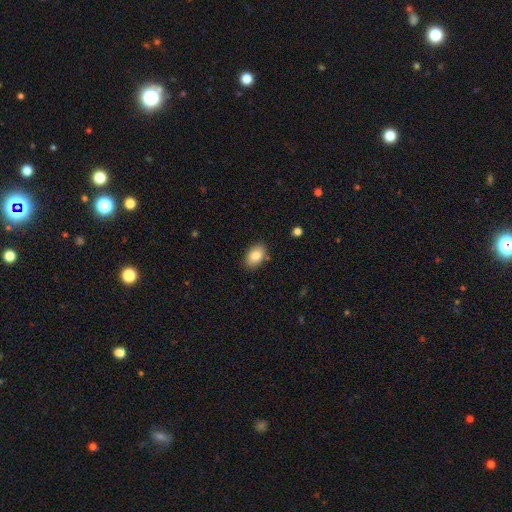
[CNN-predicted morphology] A smooth galaxy with no disk features (83%) that is in between round and cigar-shaped (87%).

Vote fractions:
- Smooth or featured? smooth: 83% / featured or disk: 10% / star or artifact: 8%
- How rounded? in between: 87% / round: 11% / cigar-shaped: 1%
- Merging? none: 85% / minor disturbance: 11% / major disturbance: 2% / merger: 2%